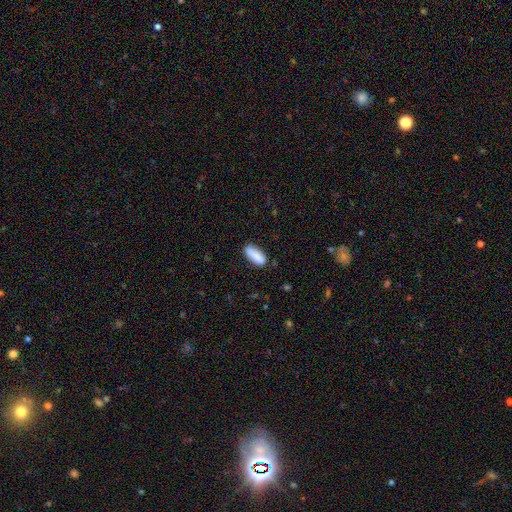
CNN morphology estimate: smooth 88%, star or artifact 7%, featured or disk 6%. Down the decision tree: how rounded — in between (77%); merging — none (83%).